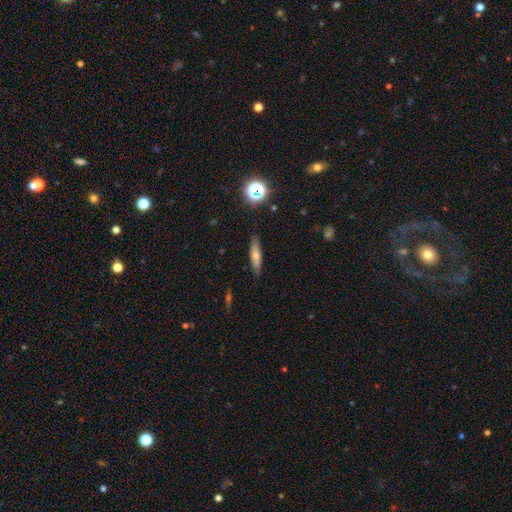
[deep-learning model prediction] Smooth or featured?
  - smooth: 62% *
  - featured or disk: 28%
  - star or artifact: 10%
How rounded?
  - cigar-shaped: 70% *
  - in between: 27%
  - round: 3%
Merging?
  - none: 85% *
  - minor disturbance: 11%
  - major disturbance: 2%
  - merger: 1%